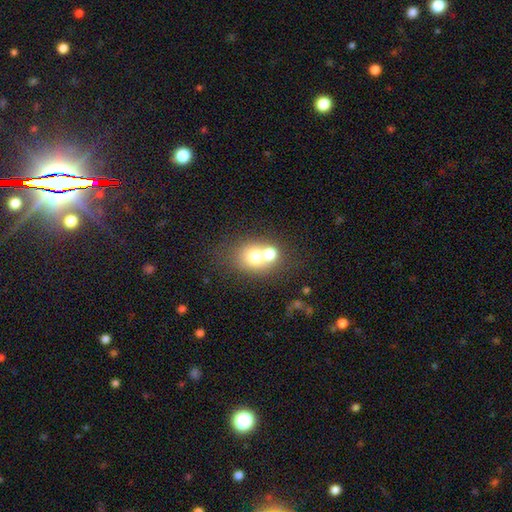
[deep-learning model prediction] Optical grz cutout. It shows a smooth galaxy with no disk features (67%) that is round (62%). Merging: merger (47%).